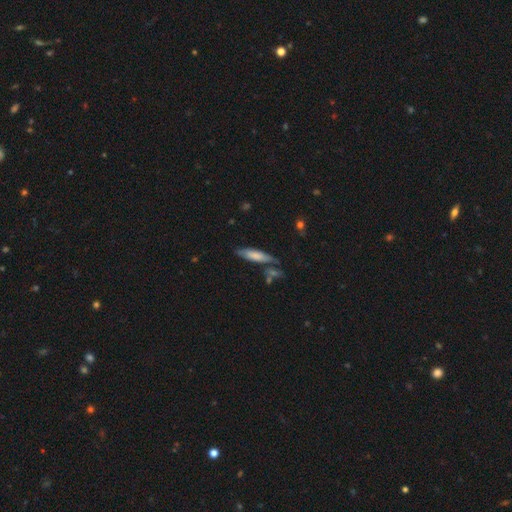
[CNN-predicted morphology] Smooth or featured? smooth (67%)
How rounded? cigar-shaped (70%)
Merging? none (67%)